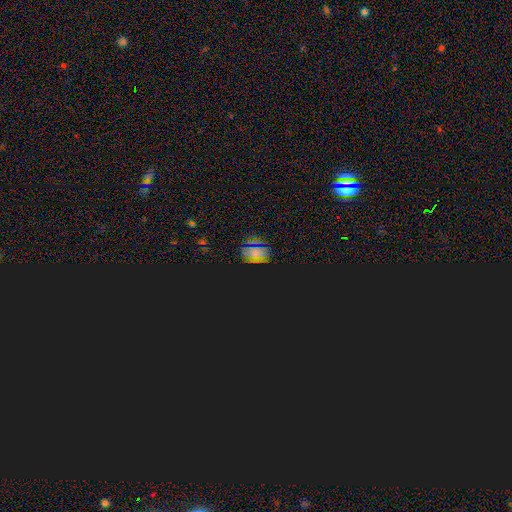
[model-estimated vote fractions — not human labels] Smooth or featured?
  - star or artifact: 56% *
  - smooth: 31%
  - featured or disk: 13%